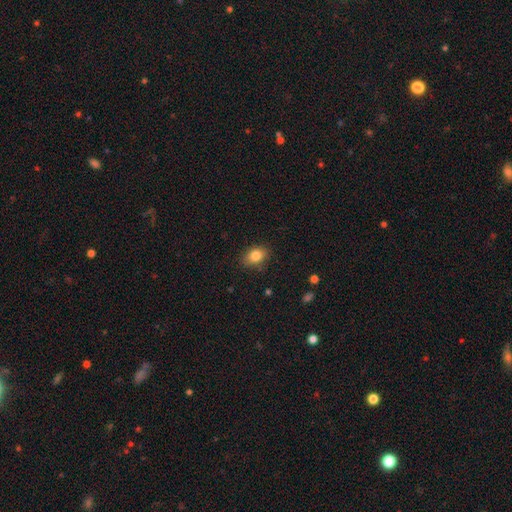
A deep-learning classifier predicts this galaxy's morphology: A smooth galaxy with no disk features (83%) that is in between round and cigar-shaped (78%).

Vote fractions:
- Smooth or featured? smooth: 83% / star or artifact: 9% / featured or disk: 8%
- How rounded? in between: 78% / round: 21% / cigar-shaped: 2%
- Merging? none: 83% / minor disturbance: 13% / major disturbance: 3% / merger: 1%